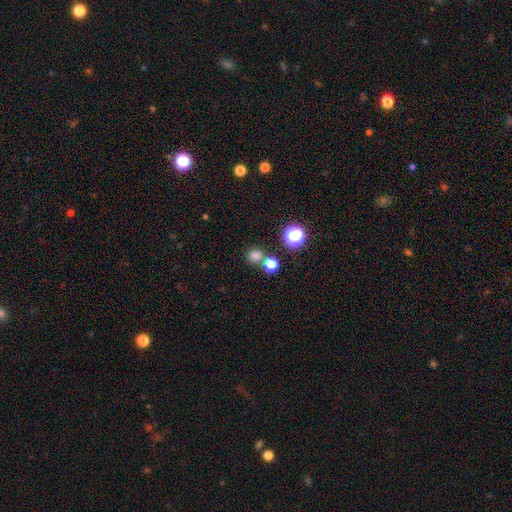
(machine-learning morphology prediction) smooth 74%, star or artifact 20%, featured or disk 5%. Down the decision tree: how rounded — round (85%); merging — none (68%).